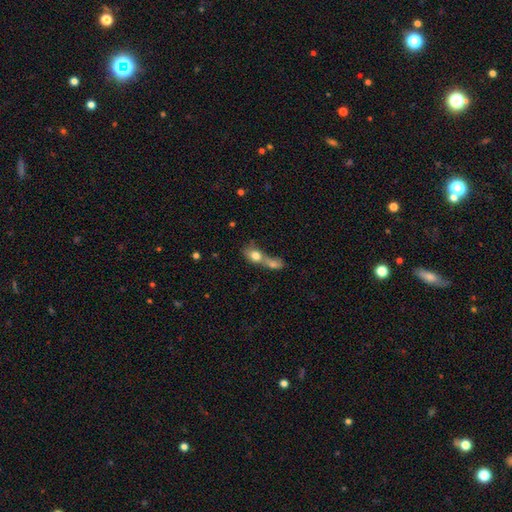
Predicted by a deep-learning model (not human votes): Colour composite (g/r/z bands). It shows a smooth galaxy with no disk features (75%) that is in between round and cigar-shaped (63%). Merging: merger (75%).